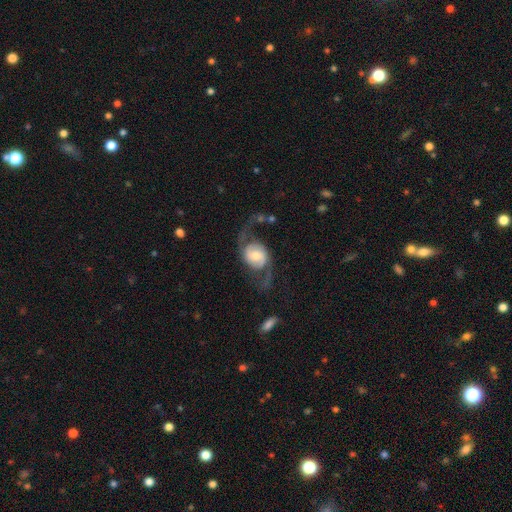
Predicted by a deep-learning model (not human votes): The model was most divided on "bulge size": moderate: 49%, small: 31%, large: 14%, dominant: 4%, none: 2%. More confident: edge-on disk — no (96%); spiral arms — yes (92%); spiral arm count — 2 (92%); smooth or featured — featured or disk (78%); spiral winding — loose (67%); merging — none (58%); bar — no (56%).